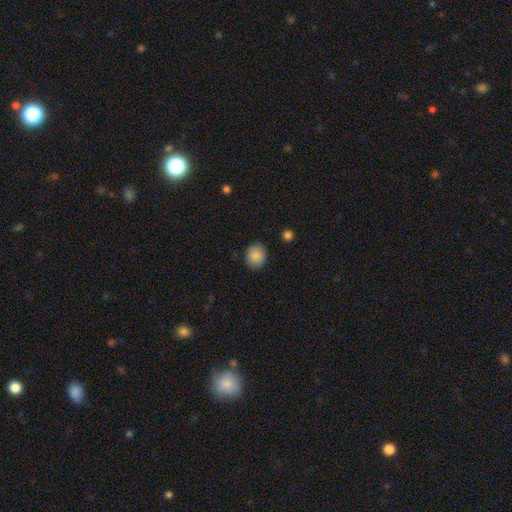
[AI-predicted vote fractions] Smooth or featured? Predicted: smooth (p=0.88). How rounded? Predicted: round (p=0.79). Merging? Predicted: none (p=0.89).